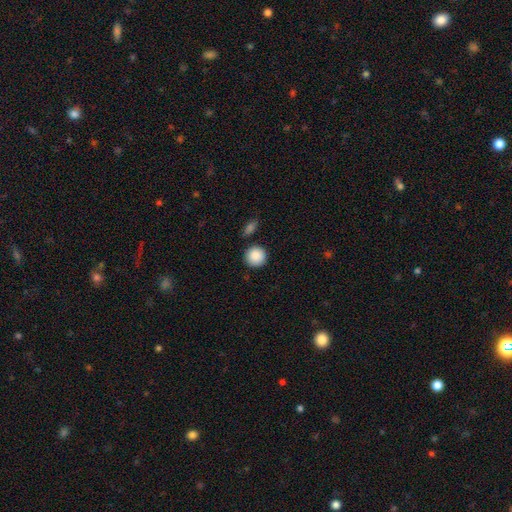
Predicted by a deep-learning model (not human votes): Smooth or featured? smooth (89%)
How rounded? round (93%)
Merging? none (86%)